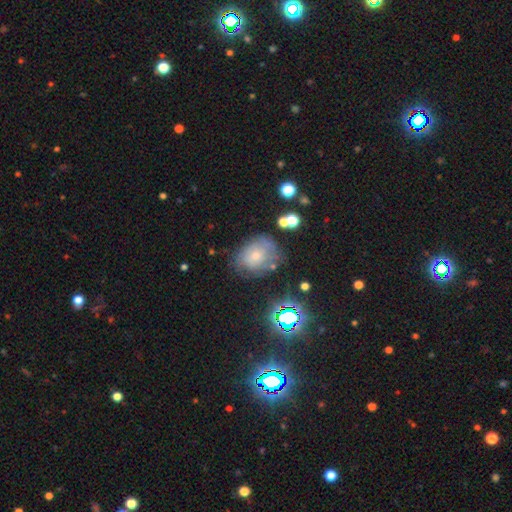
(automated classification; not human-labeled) Smooth or featured? Predicted: smooth (p=0.48). Merging? Predicted: none (p=0.53).